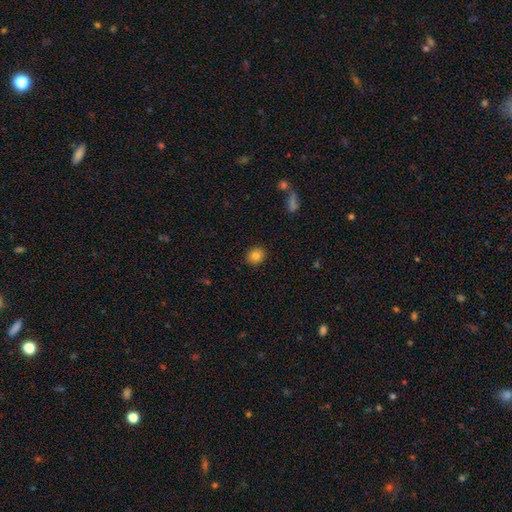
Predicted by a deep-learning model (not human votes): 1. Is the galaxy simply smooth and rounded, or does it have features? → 82% smooth, 10% star or artifact, 9% featured or disk.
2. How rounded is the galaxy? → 78% round, 21% in between, 1% cigar-shaped.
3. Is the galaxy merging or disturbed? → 90% none, 7% minor disturbance, 2% major disturbance, 1% merger.